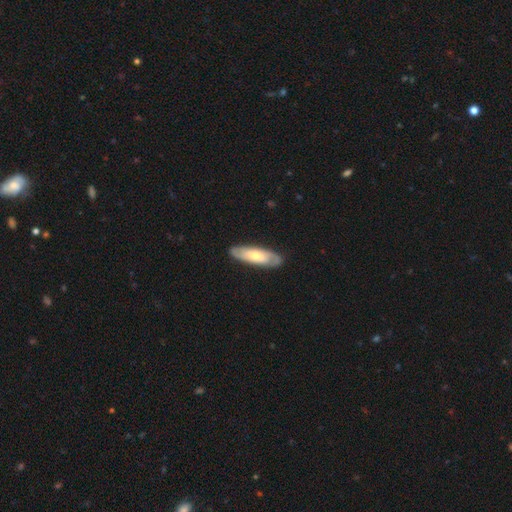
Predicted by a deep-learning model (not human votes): This is possibly a featured or disk galaxy (54%). It is likely not viewed edge-on (74%). Merging: clearly none (85%).